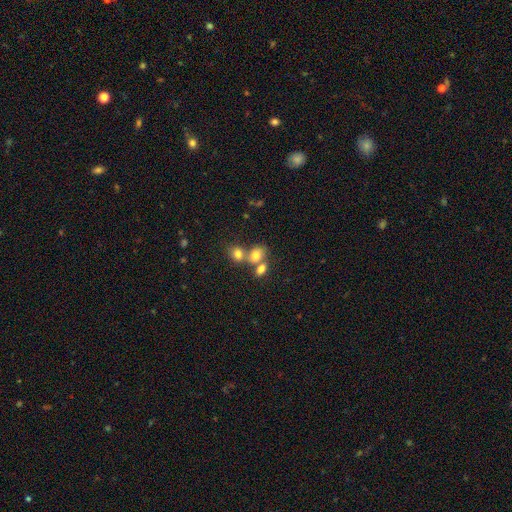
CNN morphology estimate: Smooth or featured? Predicted: smooth (p=0.75). How rounded? Predicted: in between (p=0.66). Merging? Predicted: merger (p=0.51).